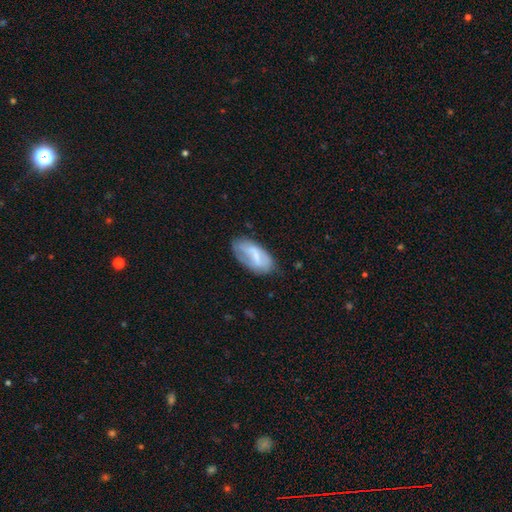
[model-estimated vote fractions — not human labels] Smooth or featured? smooth (52%)
How rounded? in between (92%)
Merging? none (58%)